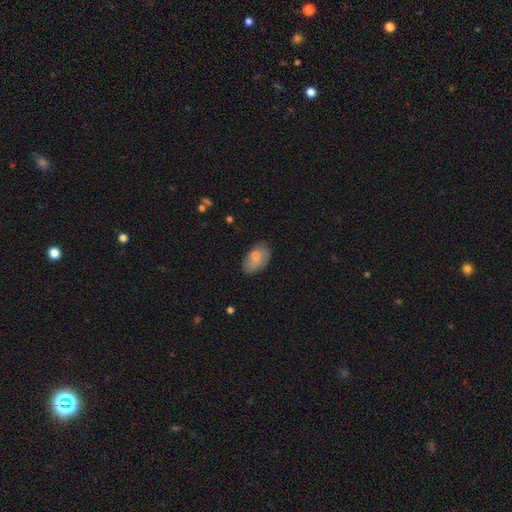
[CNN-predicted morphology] A smooth galaxy with no disk features (74%) that is in between round and cigar-shaped (91%).

Vote fractions:
- Smooth or featured? smooth: 74% / featured or disk: 19% / star or artifact: 7%
- How rounded? in between: 91% / round: 8% / cigar-shaped: 2%
- Merging? none: 75% / minor disturbance: 19% / major disturbance: 4% / merger: 2%